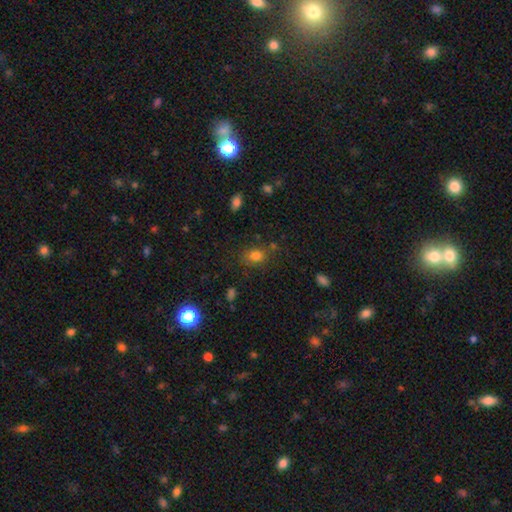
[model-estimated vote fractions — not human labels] The model was most divided on "how rounded": in between: 63%, round: 35%, cigar-shaped: 2%. More confident: smooth or featured — smooth (77%); merging — none (71%).